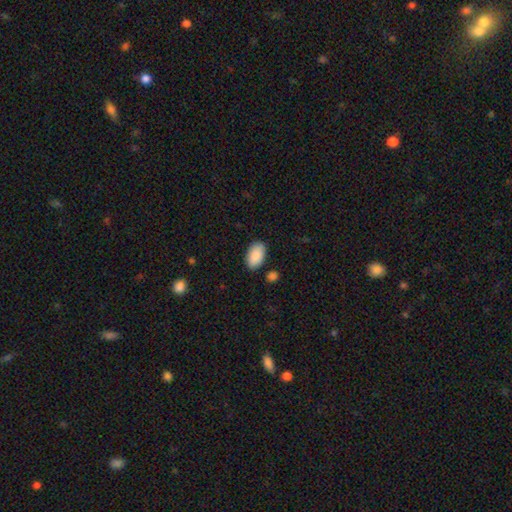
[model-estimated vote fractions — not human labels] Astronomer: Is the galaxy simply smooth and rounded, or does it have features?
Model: smooth — 91%.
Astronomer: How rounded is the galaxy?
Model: in between — 95%.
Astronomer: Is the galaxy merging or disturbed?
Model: none — 85%.